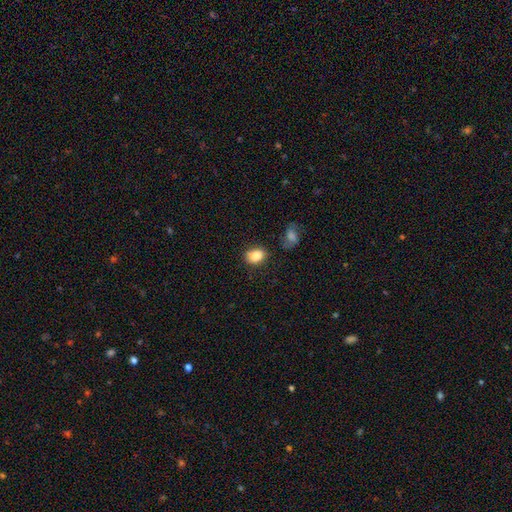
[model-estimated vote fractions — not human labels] Smooth or featured?
  - smooth: 85% *
  - star or artifact: 9%
  - featured or disk: 6%
How rounded?
  - in between: 61% *
  - round: 38%
  - cigar-shaped: 1%
Merging?
  - none: 66% *
  - minor disturbance: 21%
  - merger: 8%
  - major disturbance: 5%